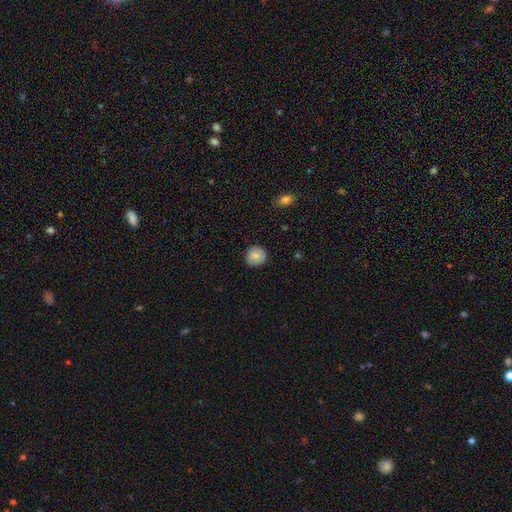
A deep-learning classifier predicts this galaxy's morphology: smooth_or_featured: smooth (p=0.84) [alt: featured or disk p=0.09]
how_rounded: round (p=0.89) [alt: in between p=0.10]
merging: none (p=0.85) [alt: minor disturbance p=0.11]